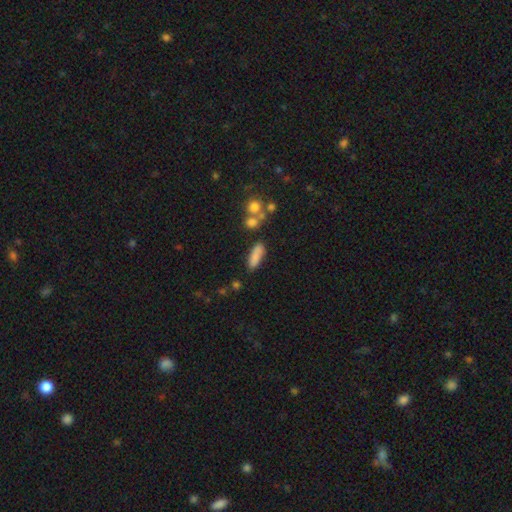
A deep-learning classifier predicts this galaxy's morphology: A smooth galaxy with no disk features (81%) that is in between round and cigar-shaped (57%). Merging: none (67%).